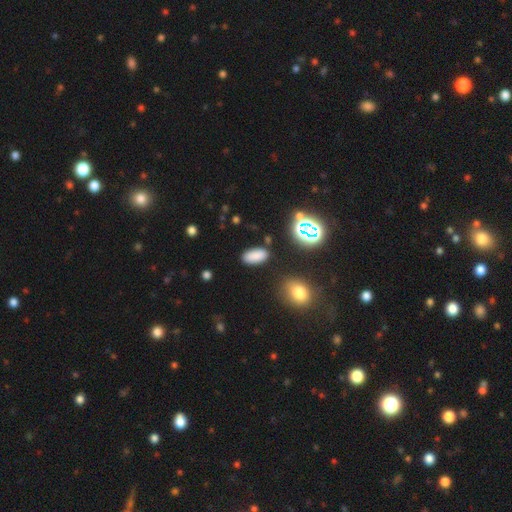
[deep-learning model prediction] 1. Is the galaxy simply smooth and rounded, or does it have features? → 79% smooth, 15% star or artifact, 6% featured or disk.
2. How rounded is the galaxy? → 90% in between, 6% cigar-shaped, 4% round.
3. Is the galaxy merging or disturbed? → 85% none, 9% minor disturbance, 3% major disturbance, 3% merger.